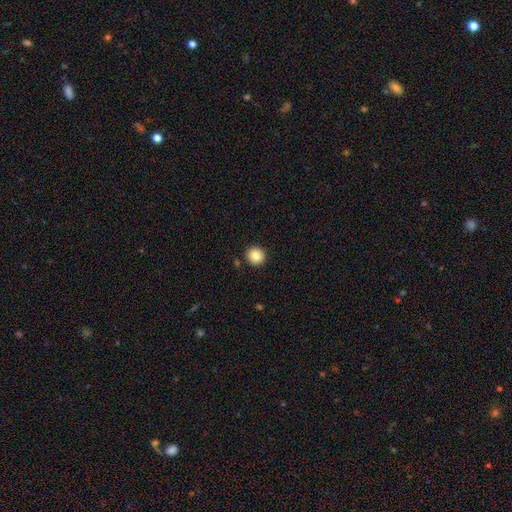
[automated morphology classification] Overall: smooth (84%). How rounded: round (93%). Merging: none (92%).